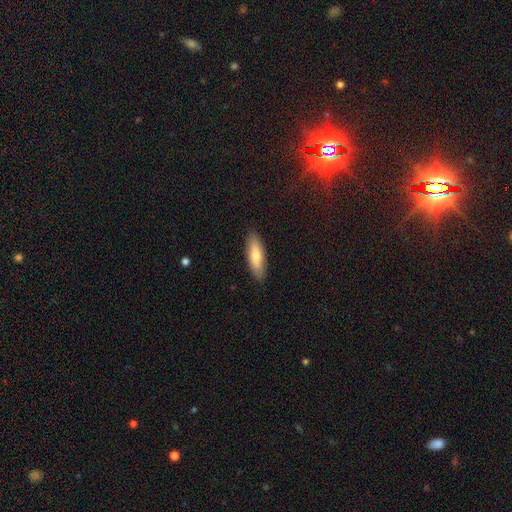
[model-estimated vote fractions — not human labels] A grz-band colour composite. It shows a smooth galaxy with no disk features (75%) that is in between round and cigar-shaped (52%). Merging: none (88%).